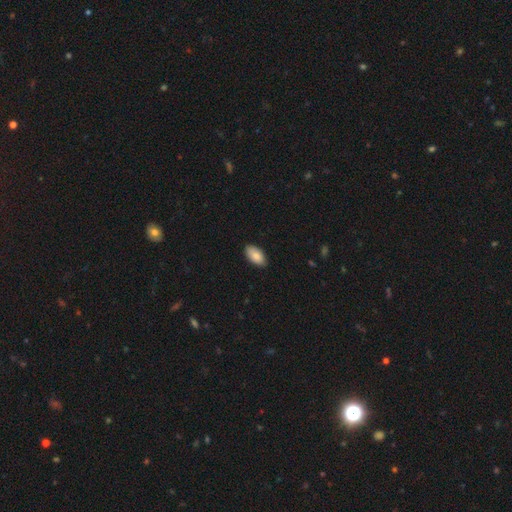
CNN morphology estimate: smooth-or-featured: smooth: 86% | featured or disk: 8% | star or artifact: 6%
  how-rounded: in between: 95% | round: 2% | cigar-shaped: 2%
  merging: none: 87% | minor disturbance: 10% | major disturbance: 2% | merger: 1%